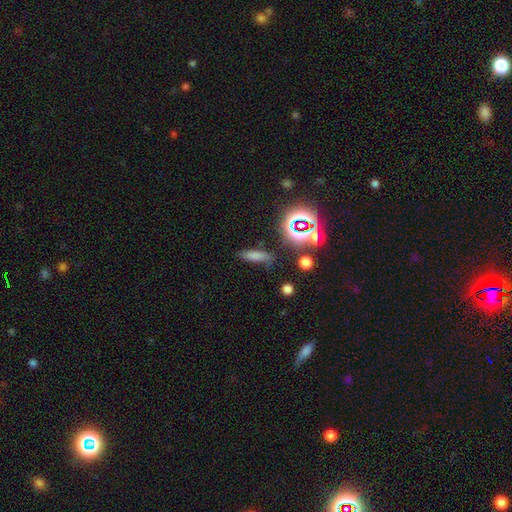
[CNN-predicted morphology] This appears to be a smooth galaxy with no disk features (66%) that is cigar-shaped (56%). Merging: none (71%).